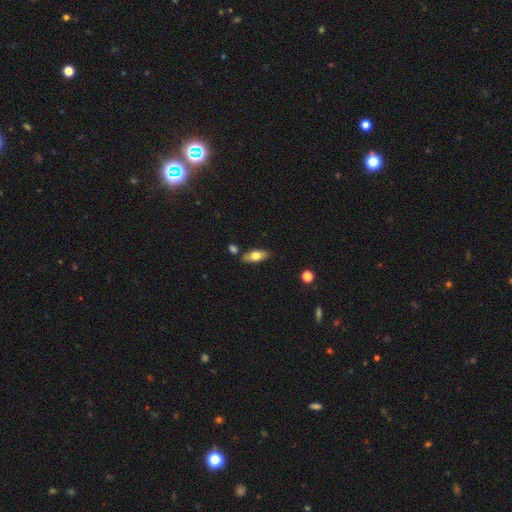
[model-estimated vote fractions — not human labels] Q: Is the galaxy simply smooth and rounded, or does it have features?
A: smooth — 66%.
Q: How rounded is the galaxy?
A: in between — 81%.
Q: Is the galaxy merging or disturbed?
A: none — 78%.